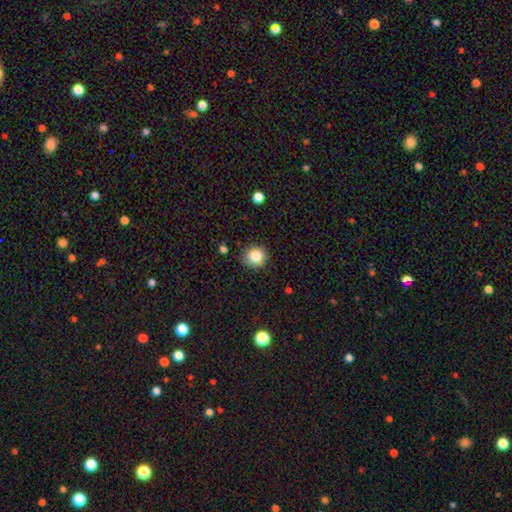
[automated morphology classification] This is clearly a smooth galaxy (83%). How rounded: clearly round (89%). Merging: clearly none (86%).